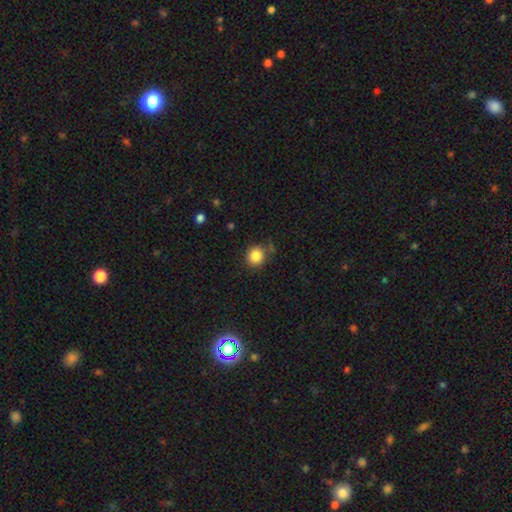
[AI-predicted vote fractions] Q: Smooth or featured?
A: smooth (85%); runner-up: star or artifact (10%)
Q: How rounded?
A: round (84%); runner-up: in between (15%)
Q: Merging?
A: none (76%); runner-up: minor disturbance (15%)